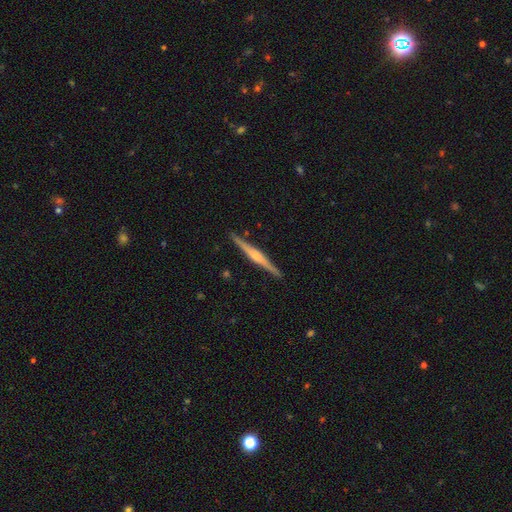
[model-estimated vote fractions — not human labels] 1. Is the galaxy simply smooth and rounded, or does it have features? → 76% featured or disk, 19% smooth, 5% star or artifact.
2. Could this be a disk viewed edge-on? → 99% yes, 1% no.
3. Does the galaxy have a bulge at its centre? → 65% rounded, 23% boxy, 12% none.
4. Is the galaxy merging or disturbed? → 91% none, 6% minor disturbance, 1% major disturbance, 1% merger.